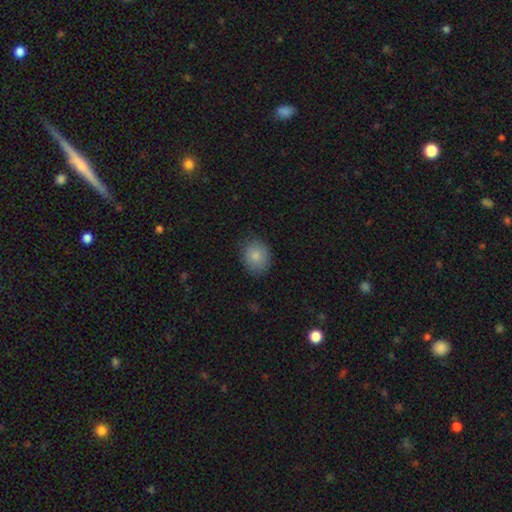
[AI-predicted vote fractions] This appears to be a smooth galaxy with no disk features (85%) that is round (57%). Merging: none (82%).